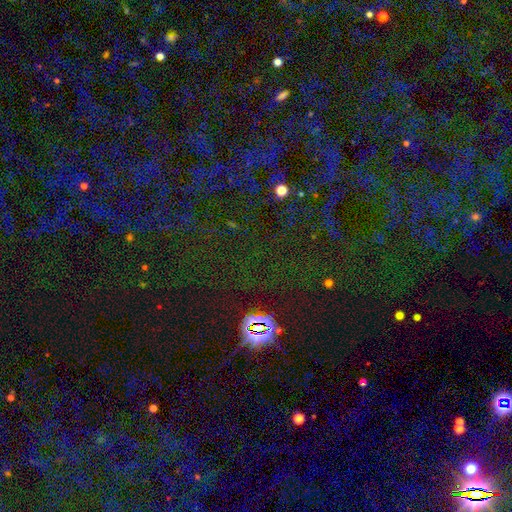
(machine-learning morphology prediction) type=star or artifact (82%).